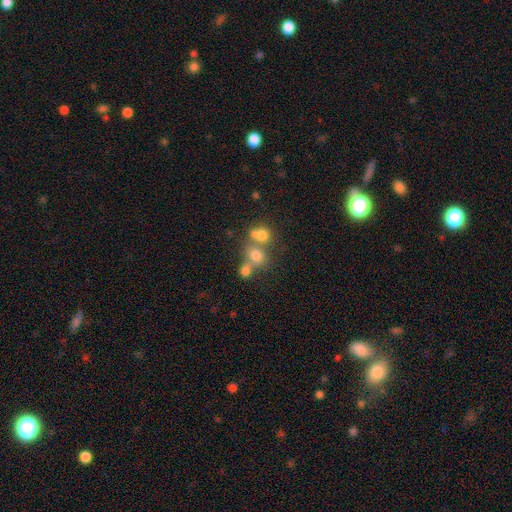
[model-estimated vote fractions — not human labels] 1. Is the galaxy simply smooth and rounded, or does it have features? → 68% smooth, 17% featured or disk, 16% star or artifact.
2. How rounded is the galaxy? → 70% round, 29% in between, 1% cigar-shaped.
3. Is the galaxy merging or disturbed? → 49% merger, 38% none, 8% minor disturbance, 5% major disturbance.